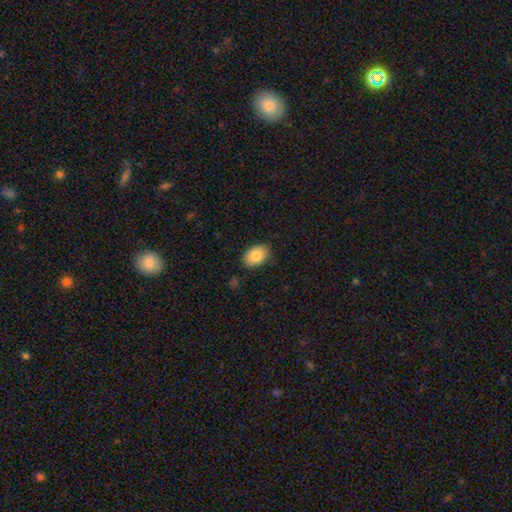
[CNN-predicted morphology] Smooth or featured?
  - smooth: 84% *
  - featured or disk: 8%
  - star or artifact: 7%
How rounded?
  - in between: 85% *
  - round: 14%
  - cigar-shaped: 1%
Merging?
  - none: 84% *
  - minor disturbance: 13%
  - major disturbance: 2%
  - merger: 1%